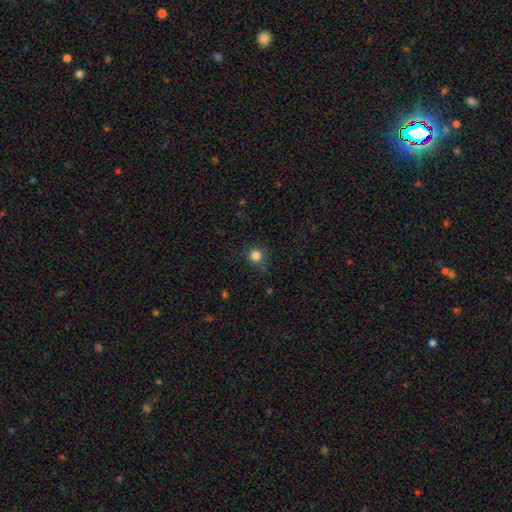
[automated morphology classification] Smooth or featured? Predicted: smooth (p=0.82). How rounded? Predicted: round (p=0.92). Merging? Predicted: none (p=0.83).